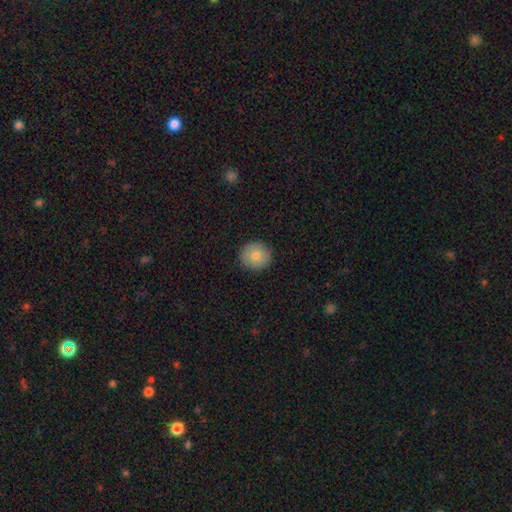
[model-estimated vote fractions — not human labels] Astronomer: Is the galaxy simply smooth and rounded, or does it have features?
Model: smooth — 79%.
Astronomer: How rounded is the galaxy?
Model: round — 91%.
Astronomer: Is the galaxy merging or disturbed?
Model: none — 90%.